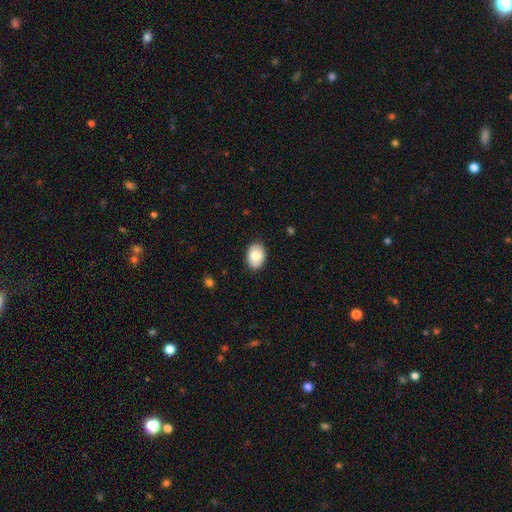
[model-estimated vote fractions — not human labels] smooth 78%, featured or disk 15%, star or artifact 7%. Down the decision tree: how rounded — in between (80%); merging — none (88%).